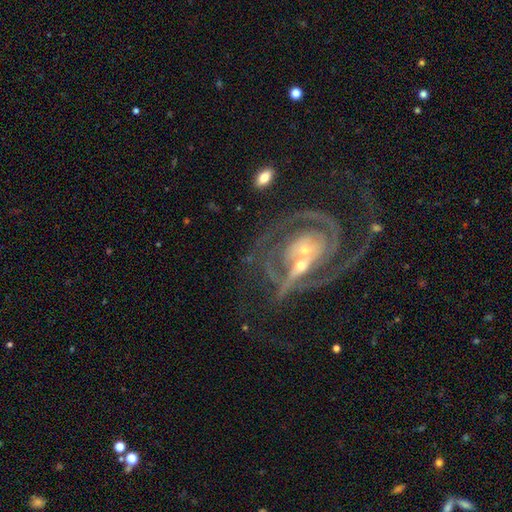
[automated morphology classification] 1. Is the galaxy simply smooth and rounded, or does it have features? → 90% featured or disk, 6% star or artifact, 4% smooth.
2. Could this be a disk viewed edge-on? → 97% no, 3% yes.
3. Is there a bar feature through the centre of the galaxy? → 49% no, 29% weak, 22% strong.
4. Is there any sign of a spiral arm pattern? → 97% yes, 3% no.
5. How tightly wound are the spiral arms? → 55% tight, 37% medium, 9% loose.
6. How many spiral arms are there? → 61% 2, 13% 3, 12% can't tell, 6% 1, 5% 4, 4% more than 4.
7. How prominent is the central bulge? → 69% small, 25% moderate, 2% none, 2% large, 1% dominant.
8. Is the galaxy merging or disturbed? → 44% none, 20% merger, 20% major disturbance, 16% minor disturbance.